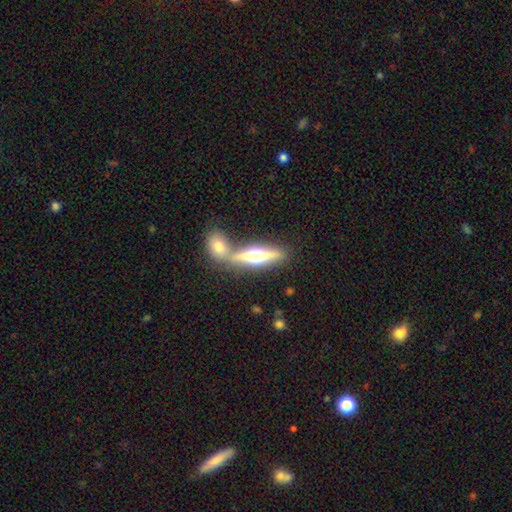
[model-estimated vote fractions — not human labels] Smooth or featured: featured or disk — 64% (smooth — 29%)
Edge-on disk: yes — 93% (no — 7%)
Edge-on bulge: rounded — 94% (boxy — 4%)
Merging: none — 53% (merger — 35%)